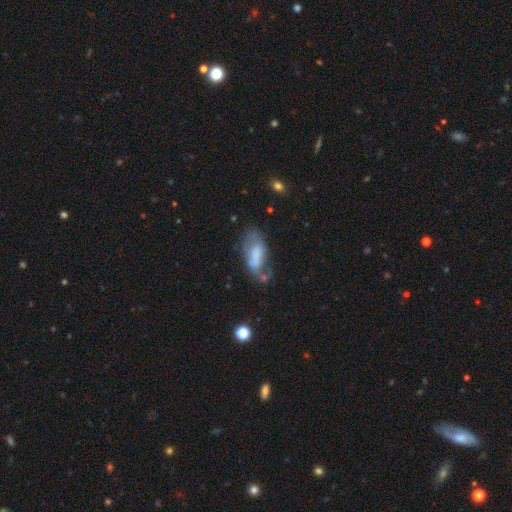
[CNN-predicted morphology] The model was most divided on "merging": none: 37%, minor disturbance: 28%, major disturbance: 25%, merger: 10%. More confident: how rounded — in between (84%); smooth or featured — smooth (50%).